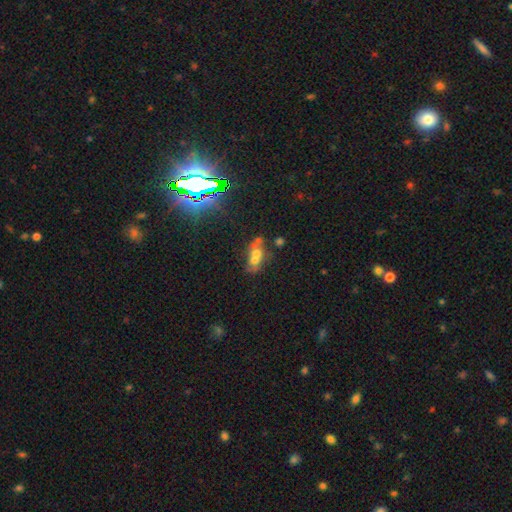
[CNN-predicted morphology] A smooth galaxy with no disk features (49%).

Vote fractions:
- Smooth or featured? smooth: 49% / featured or disk: 31% / star or artifact: 20%
- Merging? merger: 57% / none: 27% / minor disturbance: 10% / major disturbance: 7%